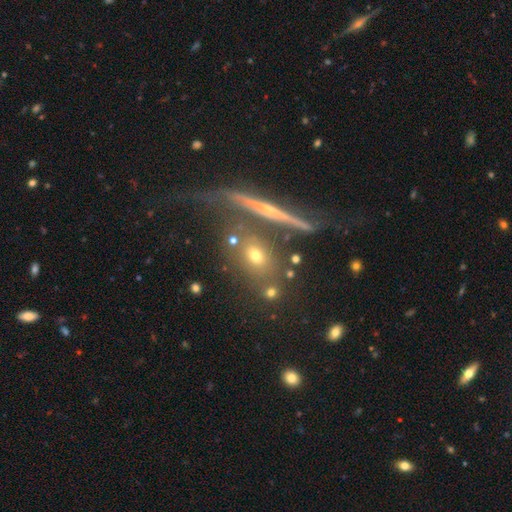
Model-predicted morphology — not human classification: Q: Smooth or featured?
A: smooth (48%); runner-up: featured or disk (34%)
Q: Merging?
A: none (67%); runner-up: minor disturbance (15%)